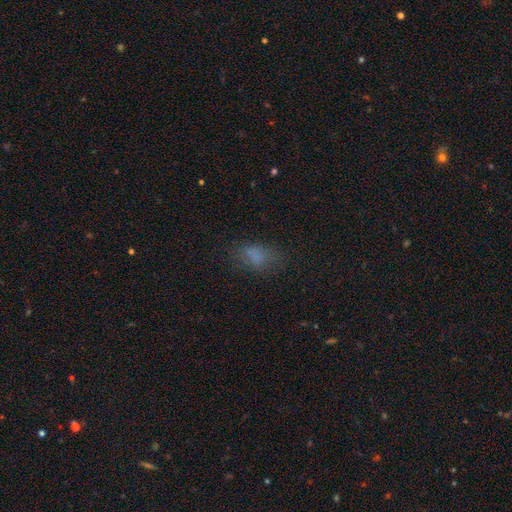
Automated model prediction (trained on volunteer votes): A smooth galaxy with no disk features (69%) that is in between round and cigar-shaped (84%). Merging: none (61%).